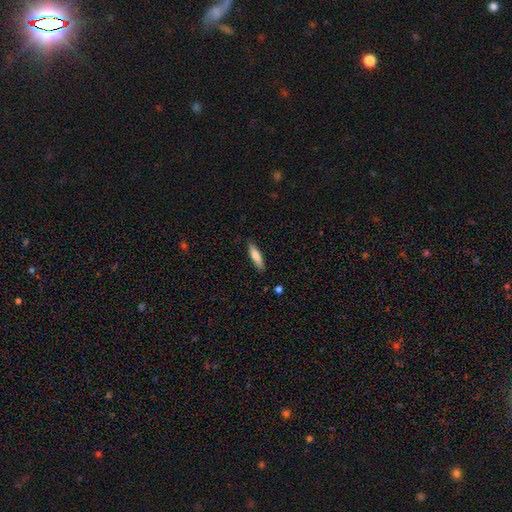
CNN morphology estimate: A smooth galaxy with no disk features (74%) that is cigar-shaped (72%). Merging: none (86%).